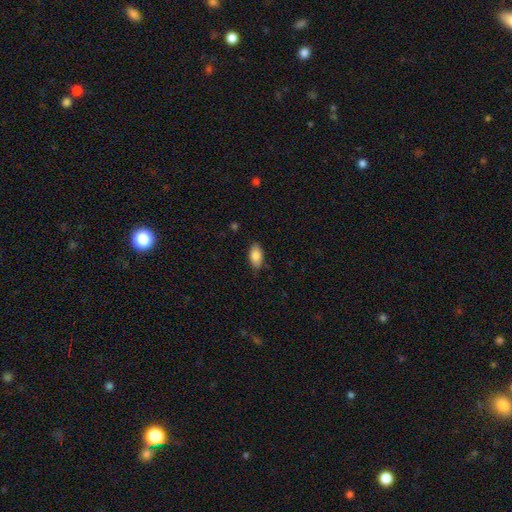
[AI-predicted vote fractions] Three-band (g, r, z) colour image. It shows a smooth galaxy with no disk features (83%) that is in between round and cigar-shaped (92%). Merging: none (83%).